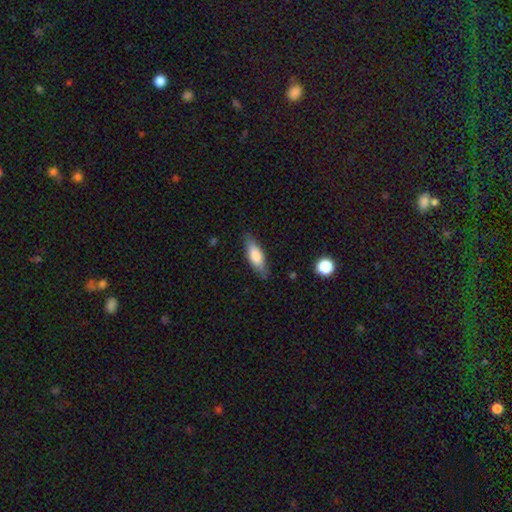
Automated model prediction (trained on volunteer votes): Morphology: type=smooth (71%); roundness=in between (56%); merging=none (83%).